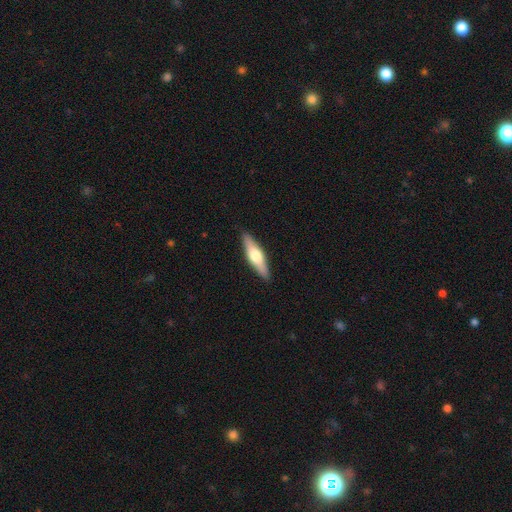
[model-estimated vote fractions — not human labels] Smooth or featured?
  - smooth: 49% *
  - featured or disk: 46%
  - star or artifact: 5%
Merging?
  - none: 89% *
  - minor disturbance: 8%
  - major disturbance: 2%
  - merger: 1%